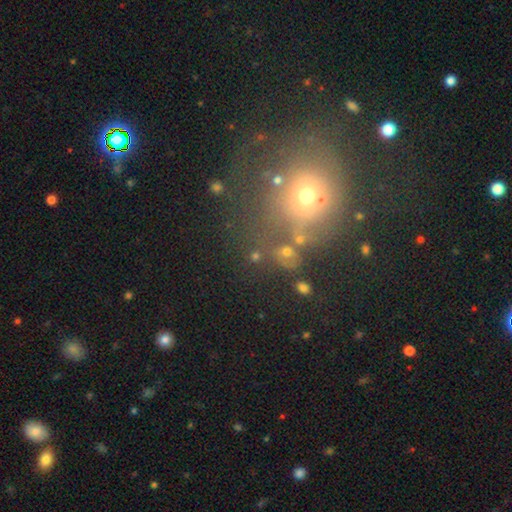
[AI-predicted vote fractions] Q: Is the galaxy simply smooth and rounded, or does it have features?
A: smooth — 47%.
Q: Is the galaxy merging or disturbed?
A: none — 62%.